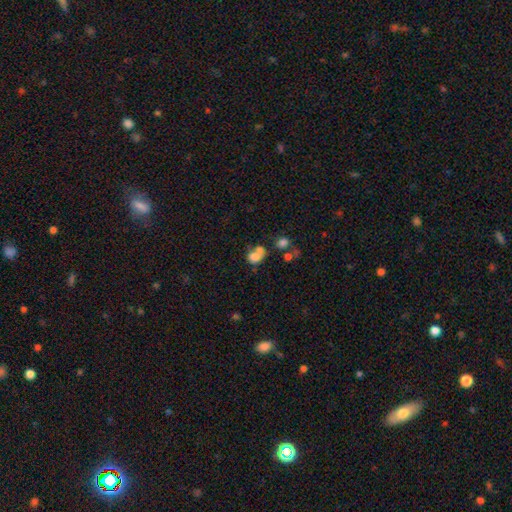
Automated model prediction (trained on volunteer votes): Q: Smooth or featured?
A: smooth (72%); runner-up: featured or disk (17%)
Q: How rounded?
A: round (52%); runner-up: in between (47%)
Q: Merging?
A: merger (56%); runner-up: none (26%)